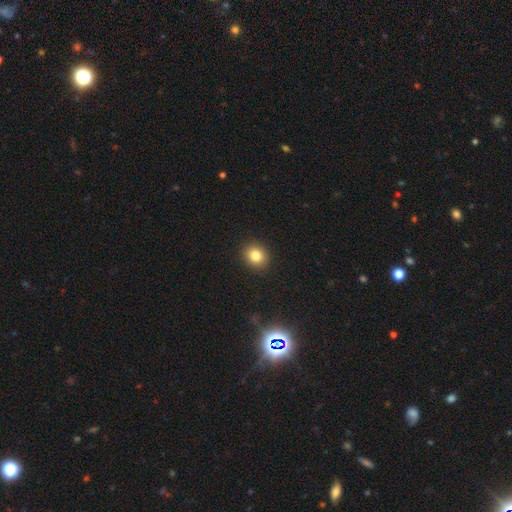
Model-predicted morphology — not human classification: Smooth or featured? smooth (82%)
How rounded? round (74%)
Merging? none (91%)